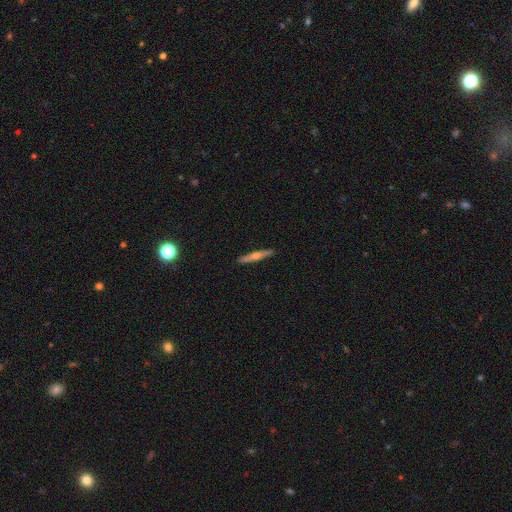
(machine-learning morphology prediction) Smooth or featured? featured or disk (63%)
Edge-on disk? yes (97%)
Edge-on bulge? rounded (87%)
Merging? none (91%)